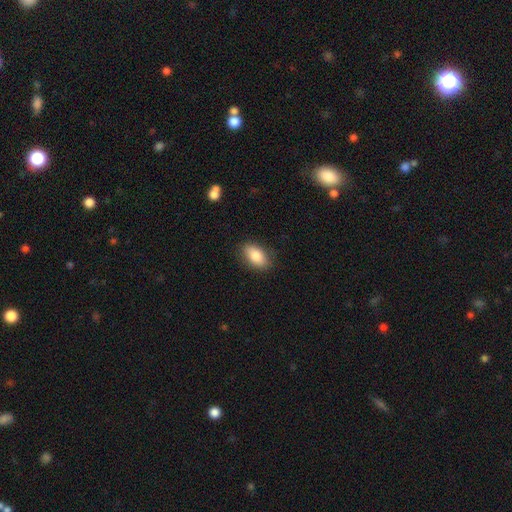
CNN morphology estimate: Smooth or featured: smooth — 84% (featured or disk — 9%)
How rounded: in between — 91% (round — 6%)
Merging: none — 85% (minor disturbance — 11%)